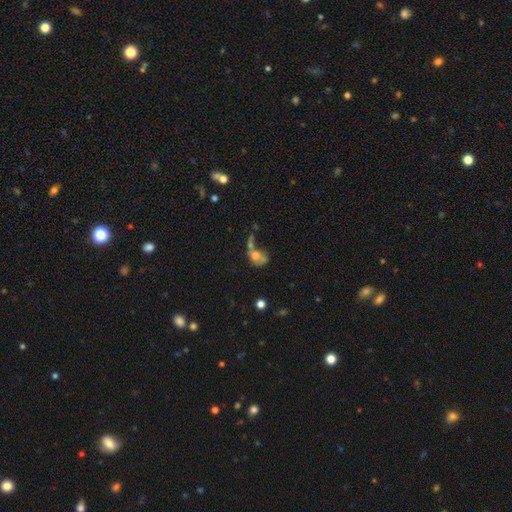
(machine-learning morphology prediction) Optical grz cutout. It shows a smooth galaxy with no disk features (58%) that is in between round and cigar-shaped (56%). Merging: merger (45%).